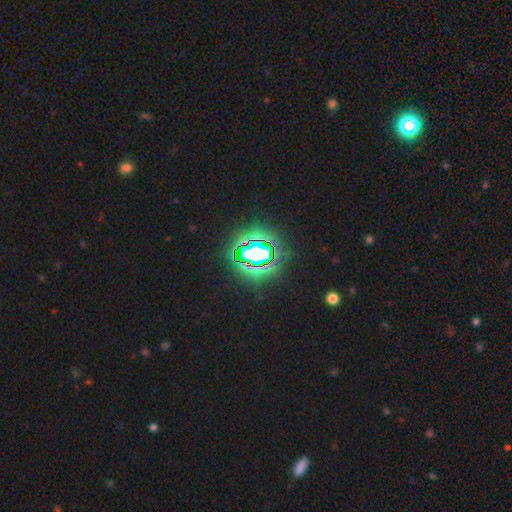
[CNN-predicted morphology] This appears to be a star or artifact, not a galaxy (72%).